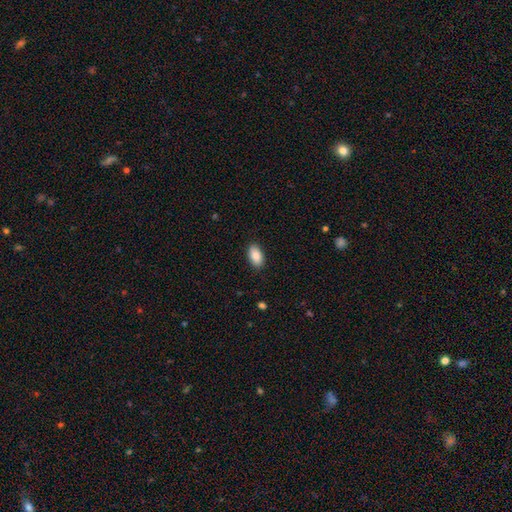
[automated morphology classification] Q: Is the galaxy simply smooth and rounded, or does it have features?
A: smooth — 89%.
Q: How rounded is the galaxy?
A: in between — 94%.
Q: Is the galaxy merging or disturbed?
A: none — 88%.